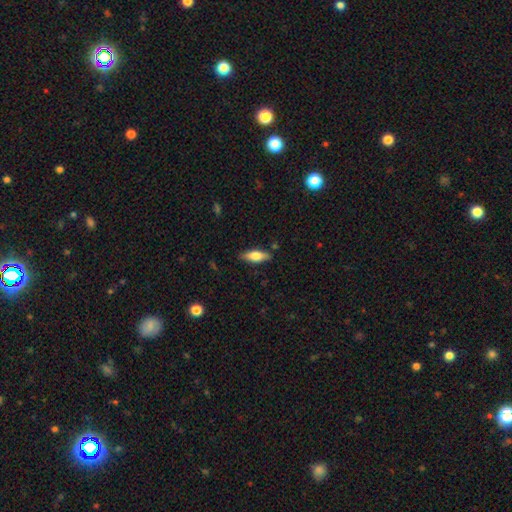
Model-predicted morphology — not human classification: smooth-or-featured: smooth: 65% | featured or disk: 29% | star or artifact: 6%
  how-rounded: in between: 67% | cigar-shaped: 31% | round: 3%
  merging: none: 84% | minor disturbance: 12% | major disturbance: 2% | merger: 2%